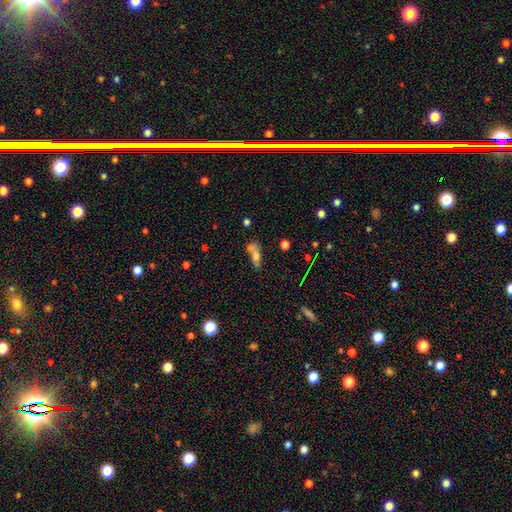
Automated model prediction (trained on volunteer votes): smooth_or_featured: smooth (p=0.62) [alt: featured or disk p=0.24]
how_rounded: in between (p=0.65) [alt: cigar-shaped p=0.22]
merging: merger (p=0.49) [alt: none p=0.31]